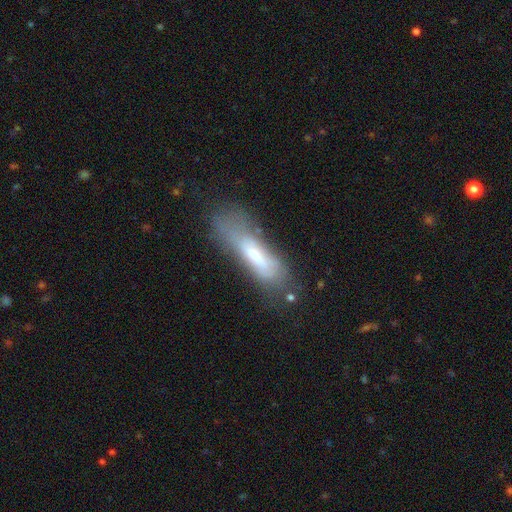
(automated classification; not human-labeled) This appears to be a smooth galaxy with no disk features (51%) that is cigar-shaped (62%). Merging: none (48%).